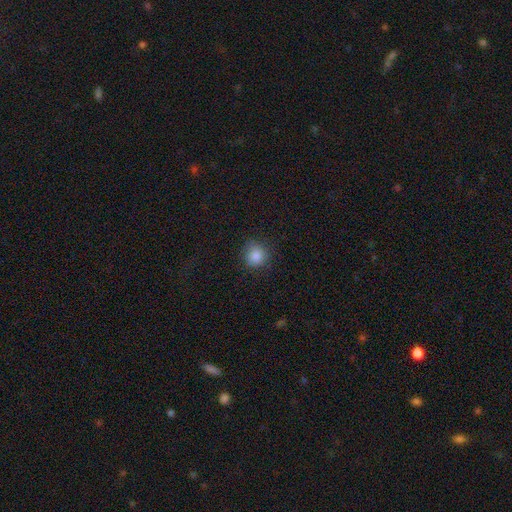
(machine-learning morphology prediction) smooth-or-featured: smooth: 85% | star or artifact: 10% | featured or disk: 5%
  how-rounded: round: 88% | in between: 11% | cigar-shaped: 1%
  merging: none: 82% | minor disturbance: 13% | major disturbance: 4% | merger: 1%